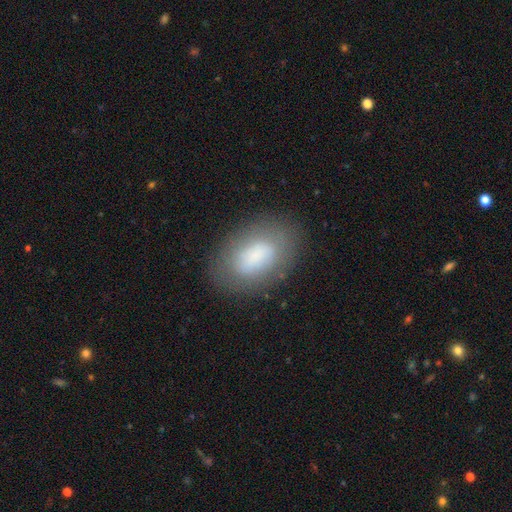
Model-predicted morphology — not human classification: type=smooth (75%); roundness=in between (88%); merging=none (79%).